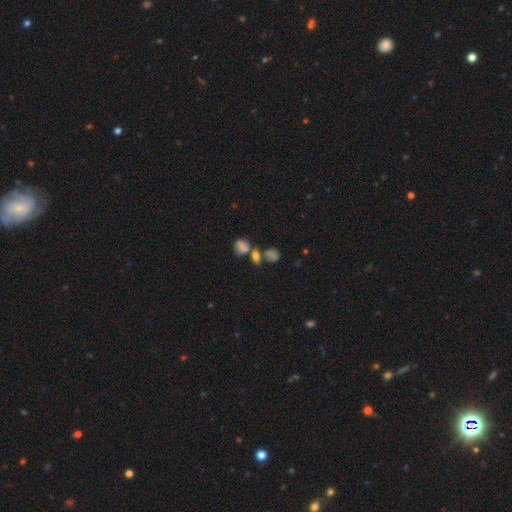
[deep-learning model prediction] Smooth or featured? Predicted: smooth (p=0.74). How rounded? Predicted: in between (p=0.57). Merging? Predicted: merger (p=0.48).